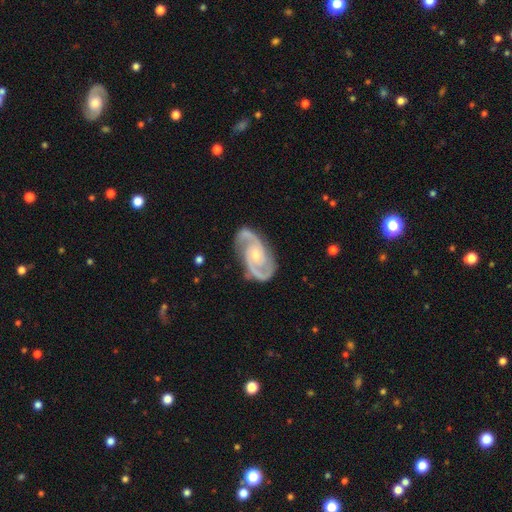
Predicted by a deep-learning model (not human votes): featured or disk 92%, smooth 4%, star or artifact 4%. Down the decision tree: edge-on disk — no (97%); bar — no (60%); spiral arms — yes (98%); spiral arm count — 2 (93%); spiral winding — medium (57%); bulge size — small (53%); merging — none (81%).